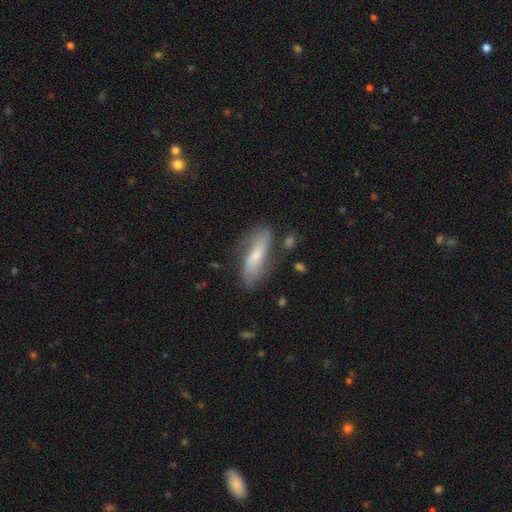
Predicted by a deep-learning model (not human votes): Morphology: type=smooth (54%); roundness=in between (49%, tied with cigar-shaped); merging=none (70%).